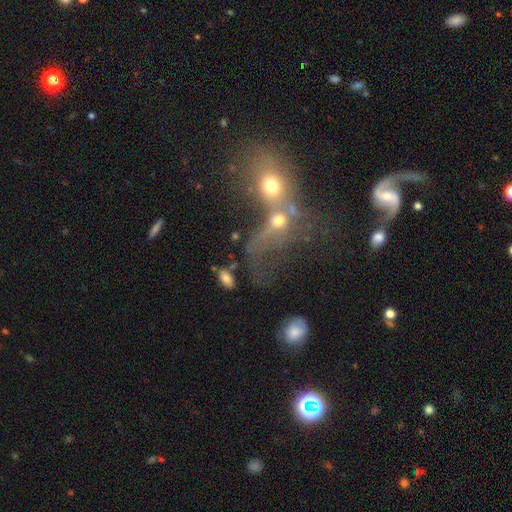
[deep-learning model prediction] featured or disk 40%, smooth 35%, star or artifact 25%. Down the decision tree: merging — merger (59%).